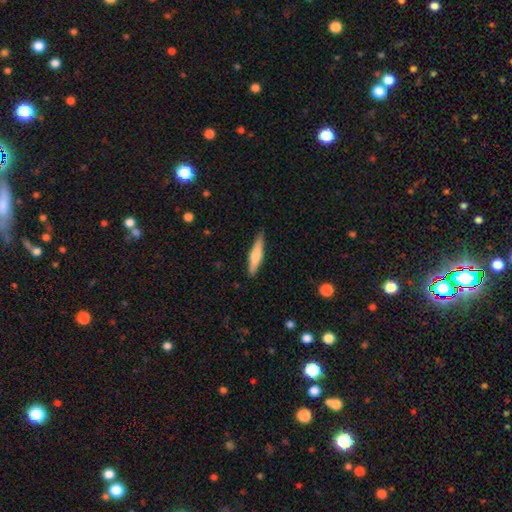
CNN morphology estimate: type=smooth (55%); roundness=cigar-shaped (82%); merging=none (87%).